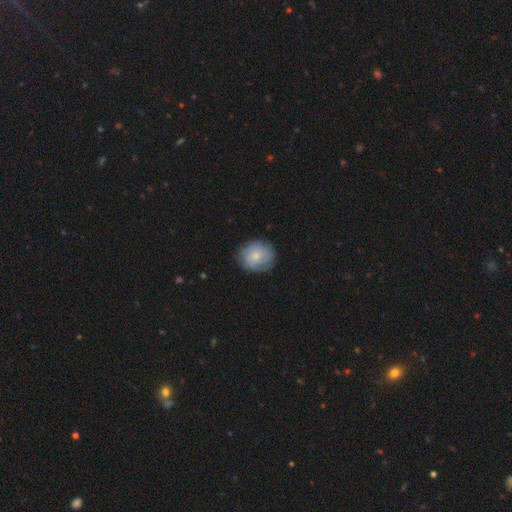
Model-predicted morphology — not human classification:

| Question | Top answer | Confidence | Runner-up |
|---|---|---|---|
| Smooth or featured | smooth | 63% | featured or disk (30%) |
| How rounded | round | 72% | in between (27%) |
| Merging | none | 76% | minor disturbance (17%) |